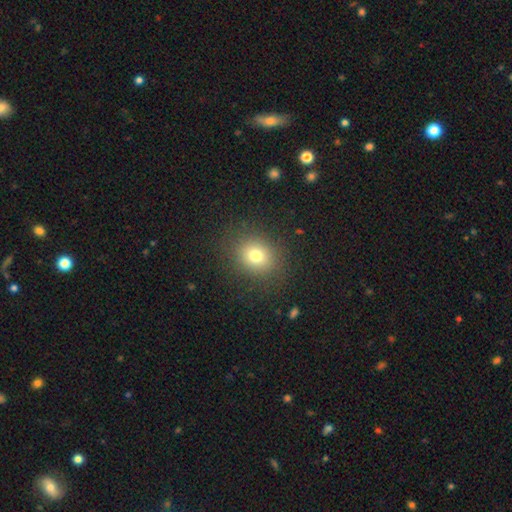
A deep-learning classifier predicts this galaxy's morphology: Overall: smooth (76%). How rounded: round (73%). Merging: none (86%).